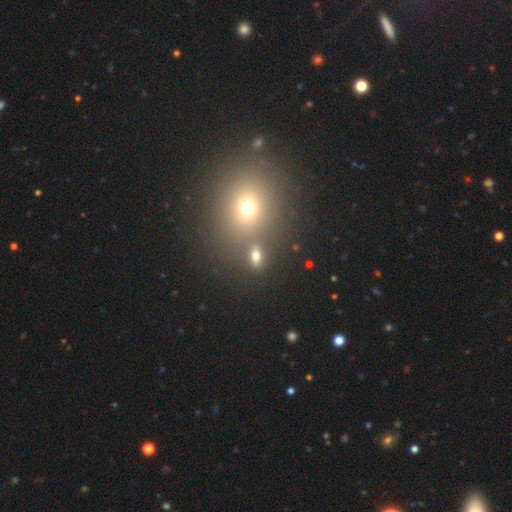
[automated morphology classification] Smooth or featured?
  - smooth: 69% *
  - star or artifact: 21%
  - featured or disk: 10%
How rounded?
  - in between: 64% *
  - round: 33%
  - cigar-shaped: 4%
Merging?
  - none: 72% *
  - merger: 15%
  - minor disturbance: 9%
  - major disturbance: 4%